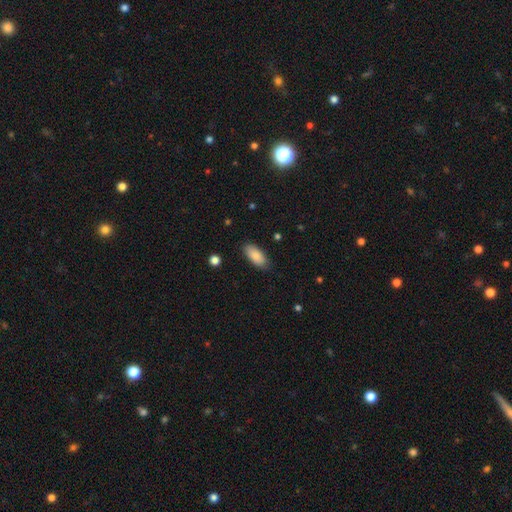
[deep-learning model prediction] Morphology: type=smooth (86%); roundness=in between (88%); merging=none (85%).